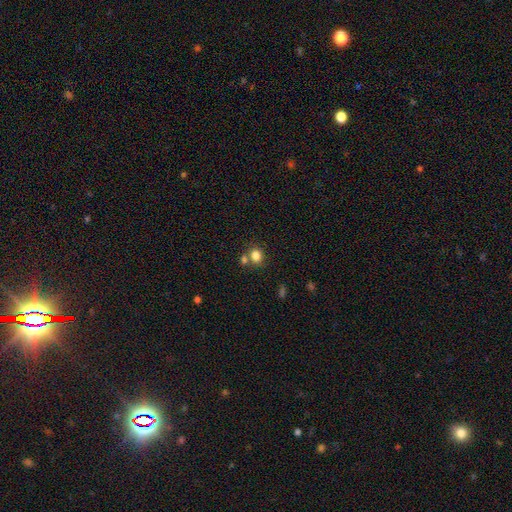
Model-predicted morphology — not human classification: This is clearly a smooth galaxy (82%). How rounded: likely round (65%). Merging: possibly none (59%).